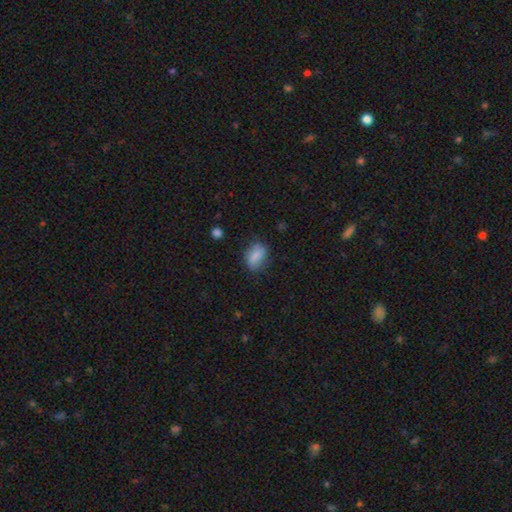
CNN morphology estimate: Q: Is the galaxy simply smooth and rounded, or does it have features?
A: smooth — 80%.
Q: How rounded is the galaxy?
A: in between — 78%.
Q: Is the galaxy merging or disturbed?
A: none — 70%.